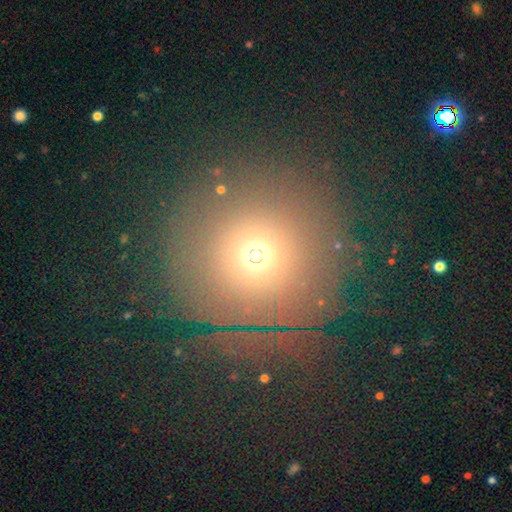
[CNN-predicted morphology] smooth-or-featured: smooth: 64% | star or artifact: 23% | featured or disk: 13%
  how-rounded: round: 95% | in between: 4% | cigar-shaped: 1%
  merging: none: 79% | minor disturbance: 10% | major disturbance: 9% | merger: 2%